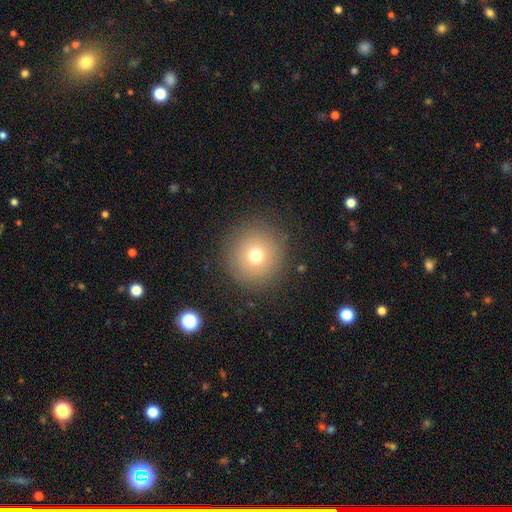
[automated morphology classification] Q: Smooth or featured?
A: smooth (72%); runner-up: star or artifact (14%)
Q: How rounded?
A: round (94%); runner-up: in between (6%)
Q: Merging?
A: none (87%); runner-up: minor disturbance (8%)